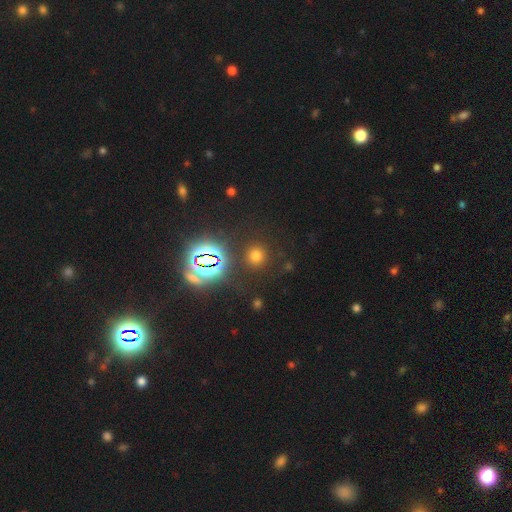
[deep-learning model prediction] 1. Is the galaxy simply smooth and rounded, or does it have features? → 63% smooth, 30% star or artifact, 6% featured or disk.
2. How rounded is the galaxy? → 90% round, 9% in between, 1% cigar-shaped.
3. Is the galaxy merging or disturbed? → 87% none, 7% minor disturbance, 4% major disturbance, 3% merger.